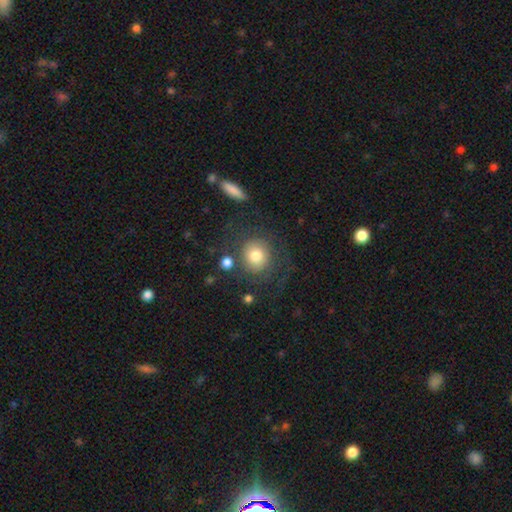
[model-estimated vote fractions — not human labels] A smooth galaxy with no disk features (67%) that is round (85%).

Vote fractions:
- Smooth or featured? smooth: 67% / featured or disk: 23% / star or artifact: 10%
- How rounded? round: 85% / in between: 14% / cigar-shaped: 1%
- Merging? none: 68% / minor disturbance: 14% / major disturbance: 13% / merger: 5%